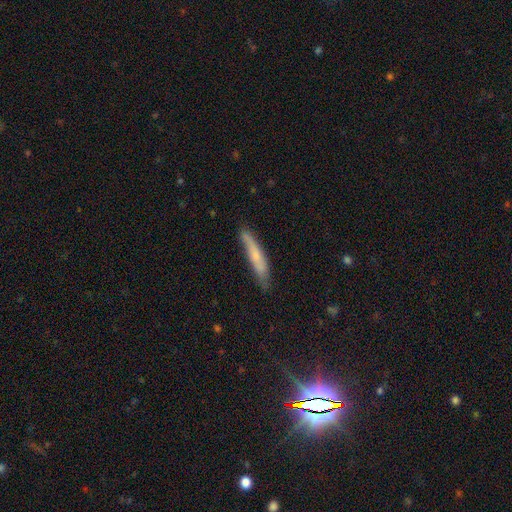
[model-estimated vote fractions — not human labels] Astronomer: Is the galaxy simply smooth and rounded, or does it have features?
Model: smooth — 59% (runner-up: featured or disk, 35%).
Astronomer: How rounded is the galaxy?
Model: cigar-shaped — 90%.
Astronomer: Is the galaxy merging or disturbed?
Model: none — 70%.